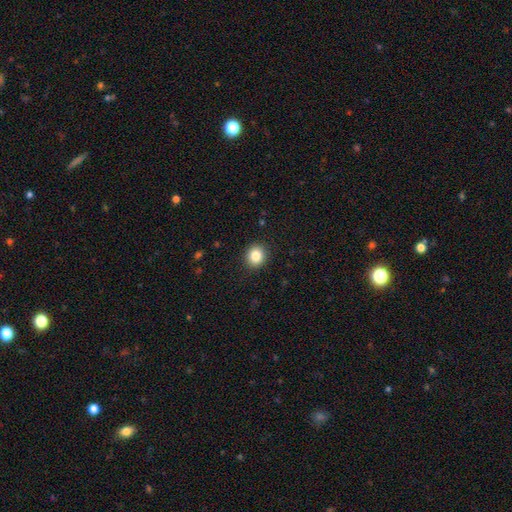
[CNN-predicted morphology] smooth-or-featured: smooth: 85% | star or artifact: 10% | featured or disk: 5%
  how-rounded: round: 84% | in between: 15% | cigar-shaped: 1%
  merging: none: 91% | minor disturbance: 6% | major disturbance: 2% | merger: 1%